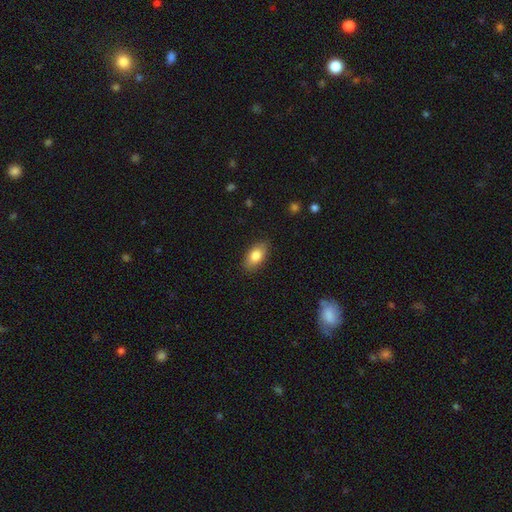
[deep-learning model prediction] Morphology: type=smooth (81%); roundness=in between (90%); merging=none (86%).